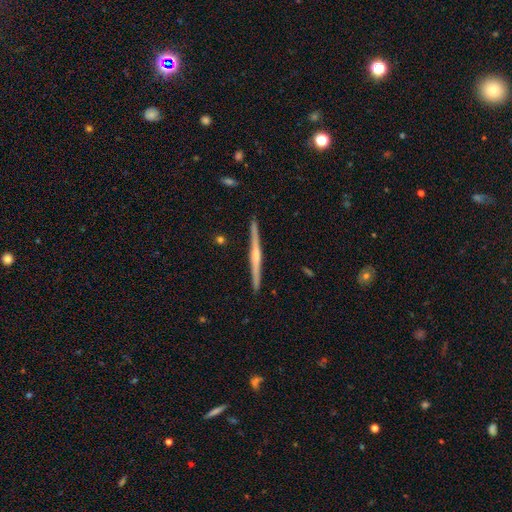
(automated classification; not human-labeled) This appears to be a featured or disk galaxy (80%) viewed edge-on (99%) with a rounded central bulge (70%). Merging: none (93%).